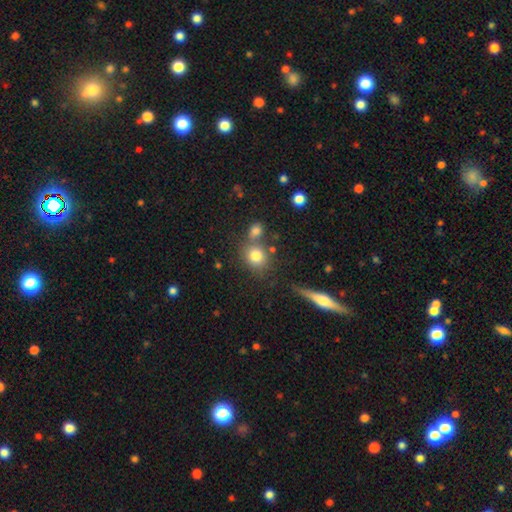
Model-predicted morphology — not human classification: A smooth galaxy with no disk features (79%) that is round (75%).

Vote fractions:
- Smooth or featured? smooth: 79% / star or artifact: 11% / featured or disk: 9%
- How rounded? round: 75% / in between: 23% / cigar-shaped: 2%
- Merging? none: 62% / merger: 22% / minor disturbance: 11% / major disturbance: 5%